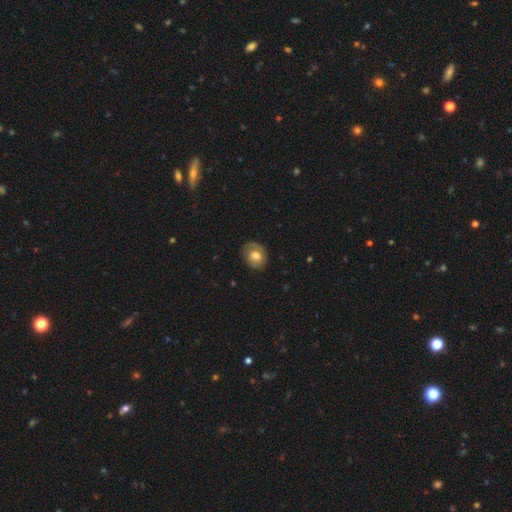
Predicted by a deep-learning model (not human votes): Smooth or featured: smooth — 69% (featured or disk — 23%)
How rounded: round — 64% (in between — 35%)
Merging: none — 75% (minor disturbance — 19%)